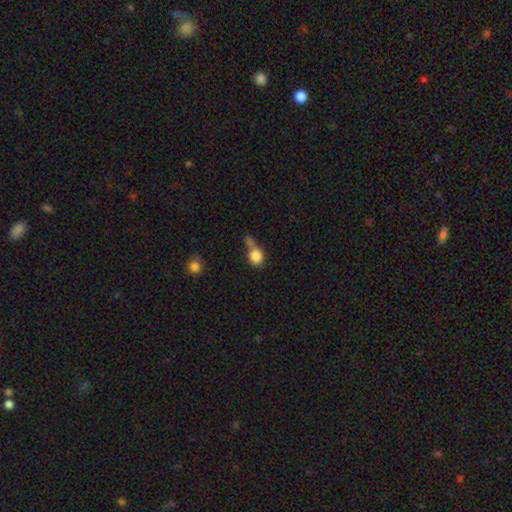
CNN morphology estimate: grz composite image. It shows a smooth galaxy with no disk features (83%) that is round (71%). Merging: merger (41%).